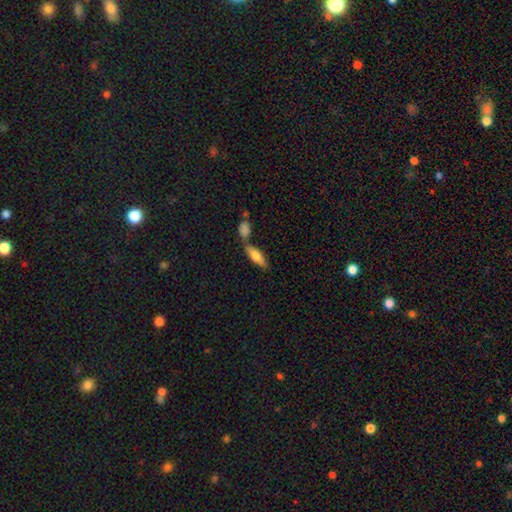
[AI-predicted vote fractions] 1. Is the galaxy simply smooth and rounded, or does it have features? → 71% smooth, 22% featured or disk, 6% star or artifact.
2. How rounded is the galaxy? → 54% in between, 43% cigar-shaped, 3% round.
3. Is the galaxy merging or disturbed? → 52% none, 34% merger, 11% minor disturbance, 4% major disturbance.